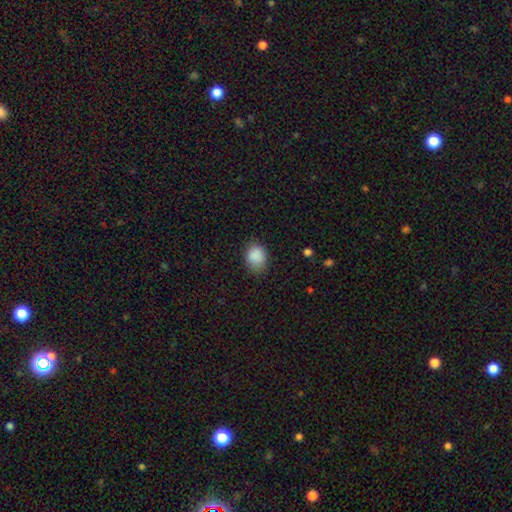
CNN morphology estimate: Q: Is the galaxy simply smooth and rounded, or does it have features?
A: smooth — 88%.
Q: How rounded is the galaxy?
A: in between — 50%.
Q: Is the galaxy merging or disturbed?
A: none — 74%.